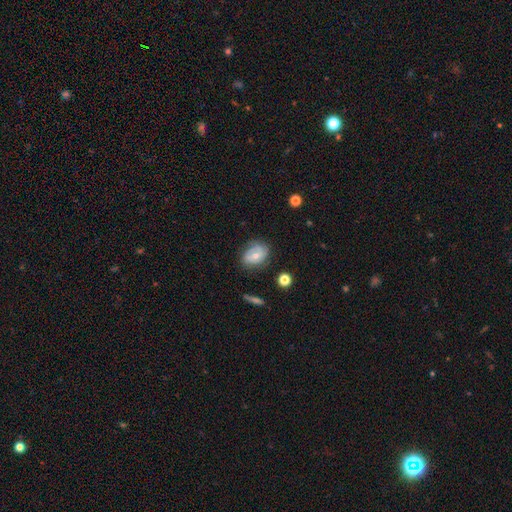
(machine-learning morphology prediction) type=featured or disk (52%); edge-on=no (95%); merging=none (62%).